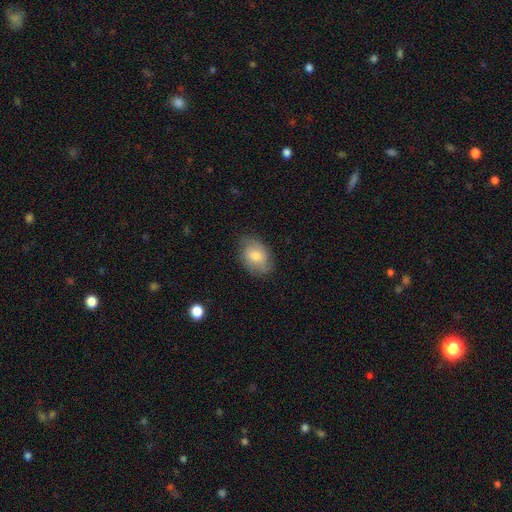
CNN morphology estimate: This is likely a smooth galaxy (69%). How rounded: clearly in between (81%). Merging: likely none (75%).